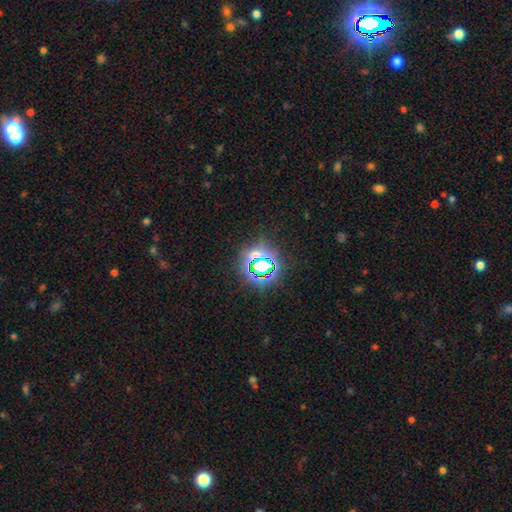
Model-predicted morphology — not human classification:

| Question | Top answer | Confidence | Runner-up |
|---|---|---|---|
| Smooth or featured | star or artifact | 69% | smooth (21%) |